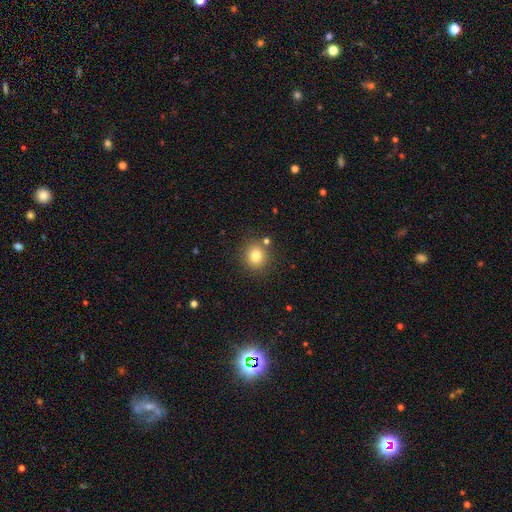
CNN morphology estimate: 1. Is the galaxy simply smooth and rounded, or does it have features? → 80% smooth, 12% star or artifact, 7% featured or disk.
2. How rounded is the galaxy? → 85% round, 14% in between, 1% cigar-shaped.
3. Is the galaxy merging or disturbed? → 83% none, 8% minor disturbance, 6% merger, 3% major disturbance.